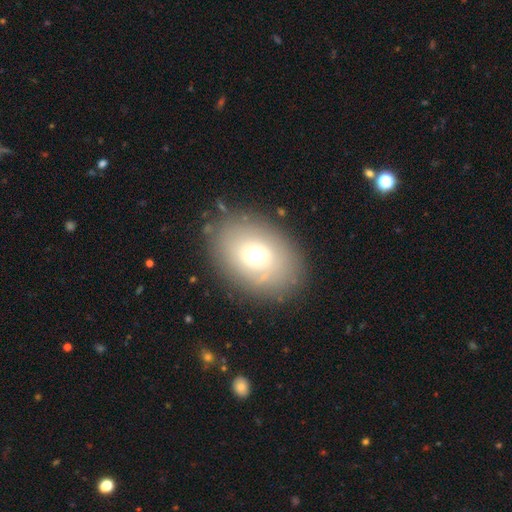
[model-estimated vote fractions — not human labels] A smooth galaxy with no disk features (52%) that is in between round and cigar-shaped (70%). Merging: none (80%).